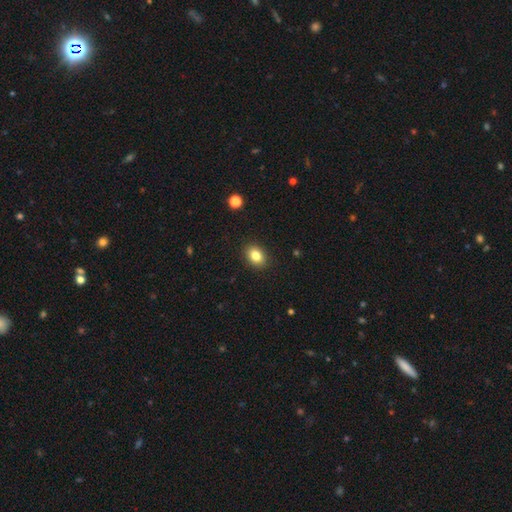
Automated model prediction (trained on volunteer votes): A smooth galaxy with no disk features (84%) that is in between round and cigar-shaped (69%).

Vote fractions:
- Smooth or featured? smooth: 84% / star or artifact: 10% / featured or disk: 7%
- How rounded? in between: 69% / round: 30% / cigar-shaped: 1%
- Merging? none: 89% / minor disturbance: 8% / major disturbance: 2% / merger: 1%